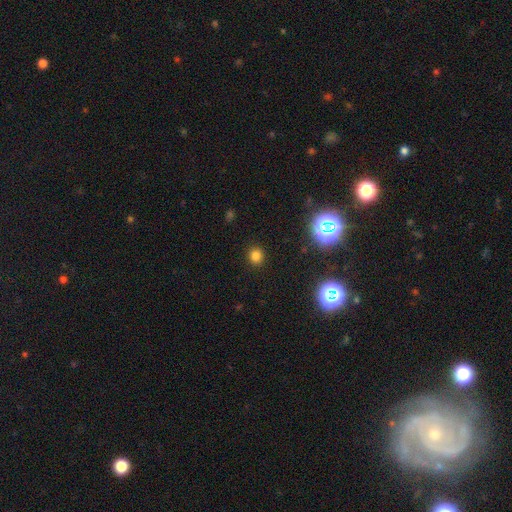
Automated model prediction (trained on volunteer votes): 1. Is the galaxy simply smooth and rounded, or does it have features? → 77% smooth, 18% star or artifact, 5% featured or disk.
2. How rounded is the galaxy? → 85% round, 14% in between, 1% cigar-shaped.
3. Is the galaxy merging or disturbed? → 90% none, 6% minor disturbance, 2% major disturbance, 1% merger.